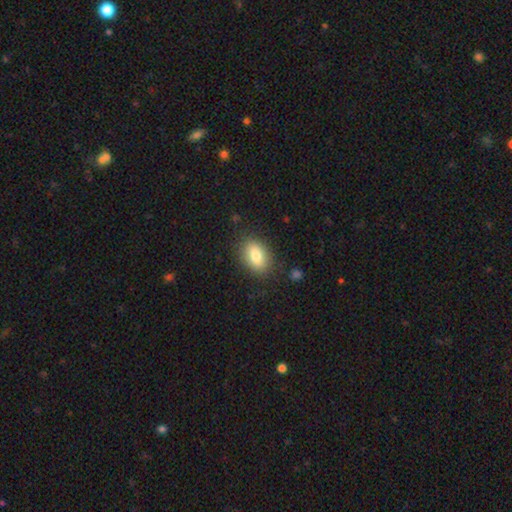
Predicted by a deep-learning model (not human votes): This appears to be a smooth galaxy with no disk features (81%) that is in between round and cigar-shaped (84%). Merging: none (84%).